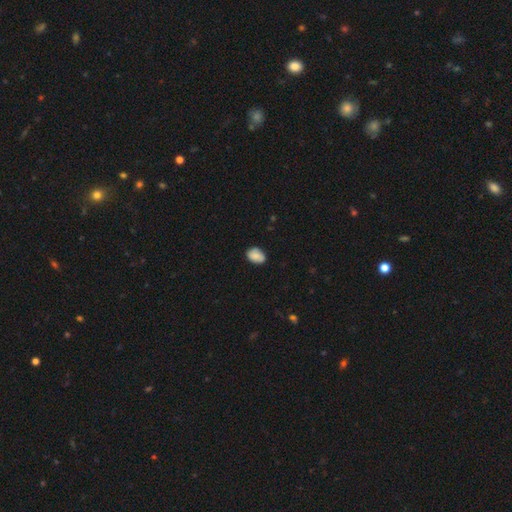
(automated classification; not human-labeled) smooth 86%, star or artifact 7%, featured or disk 7%. Down the decision tree: how rounded — in between (81%); merging — none (79%).